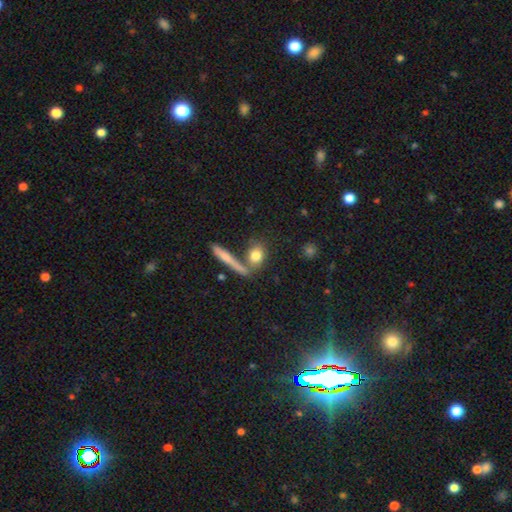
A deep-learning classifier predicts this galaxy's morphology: A smooth galaxy with no disk features (75%) that is round (46%).

Vote fractions:
- Smooth or featured? smooth: 75% / featured or disk: 15% / star or artifact: 10%
- How rounded? round: 46% / in between: 39% / cigar-shaped: 16%
- Merging? none: 61% / merger: 22% / minor disturbance: 12% / major disturbance: 6%